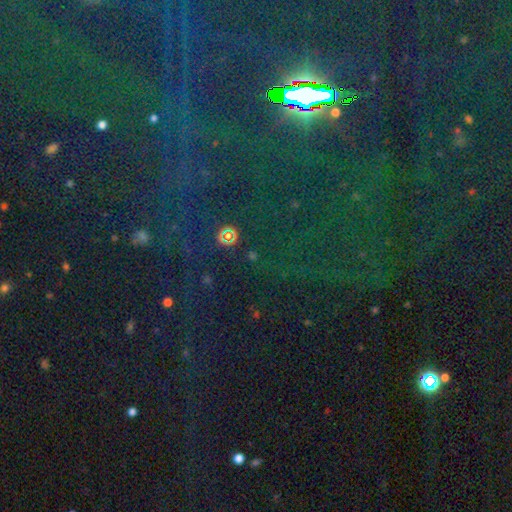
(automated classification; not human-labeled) Overall: star or artifact (84%).